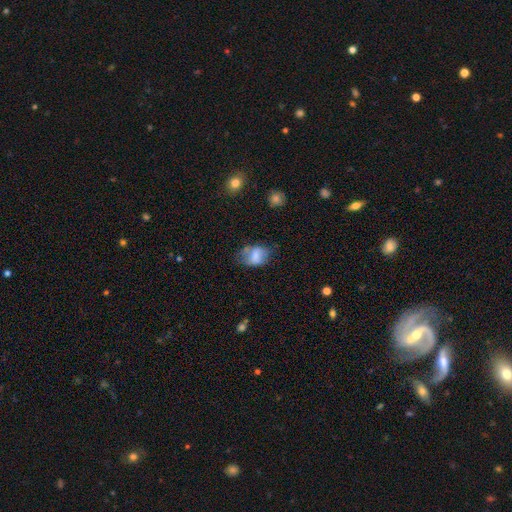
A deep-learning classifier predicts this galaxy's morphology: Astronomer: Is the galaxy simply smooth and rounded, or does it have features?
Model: smooth — 67%.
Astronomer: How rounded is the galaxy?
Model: in between — 76%.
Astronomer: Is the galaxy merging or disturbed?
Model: none — 51% (runner-up: minor disturbance, 30%).